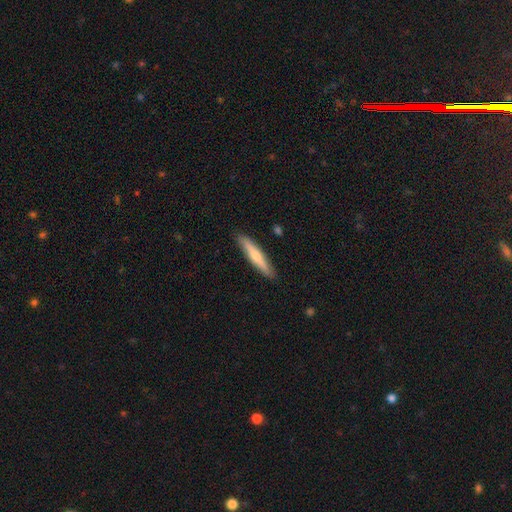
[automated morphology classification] Smooth or featured? Predicted: smooth (p=0.56). How rounded? Predicted: cigar-shaped (p=0.90). Merging? Predicted: none (p=0.90).